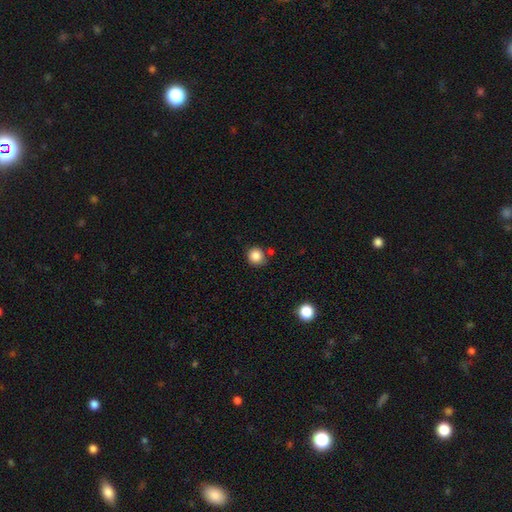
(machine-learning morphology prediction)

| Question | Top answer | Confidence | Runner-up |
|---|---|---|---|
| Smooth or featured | smooth | 86% | star or artifact (10%) |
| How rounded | round | 92% | in between (7%) |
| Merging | none | 79% | minor disturbance (11%) |